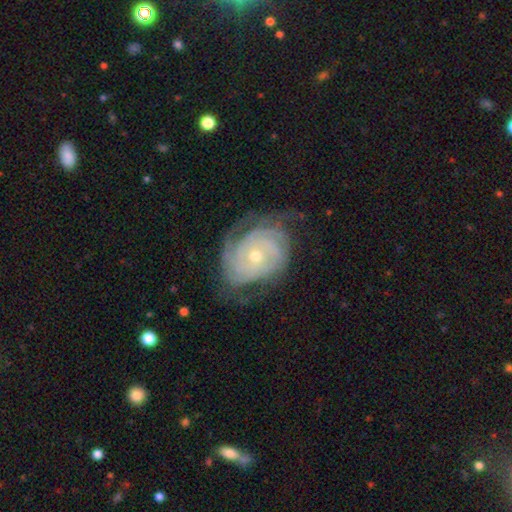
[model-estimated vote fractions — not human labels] Smooth or featured? featured or disk (87%)
Edge-on disk? no (97%)
Bar? no (79%)
Spiral arms? yes (96%)
Spiral winding? tight (75%)
Spiral arm count? can't tell (29%)
Bulge size? small (56%)
Merging? none (66%)